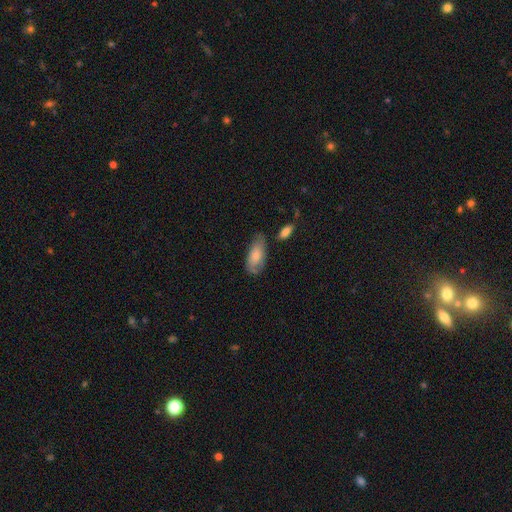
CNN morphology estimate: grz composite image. It shows a smooth galaxy with no disk features (71%) that is in between round and cigar-shaped (90%). Merging: none (58%).